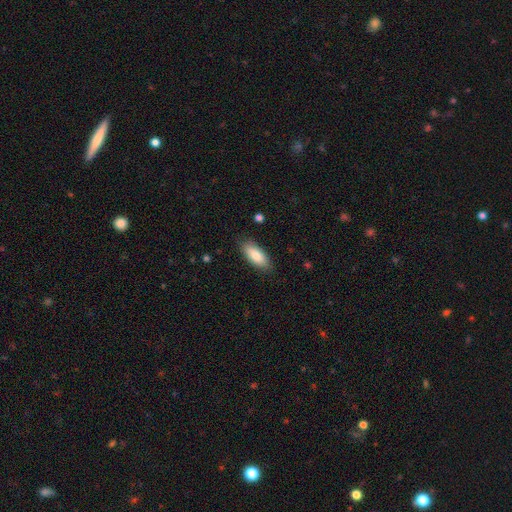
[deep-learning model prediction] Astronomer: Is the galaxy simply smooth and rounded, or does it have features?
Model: smooth — 82%.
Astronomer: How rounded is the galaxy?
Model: in between — 82%.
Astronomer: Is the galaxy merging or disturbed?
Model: none — 85%.